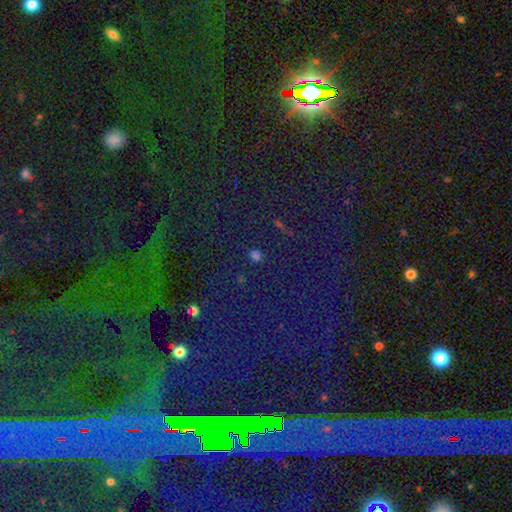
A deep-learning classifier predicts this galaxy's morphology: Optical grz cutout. It shows a smooth galaxy with no disk features (53%) that is round (58%). Merging: none (83%).